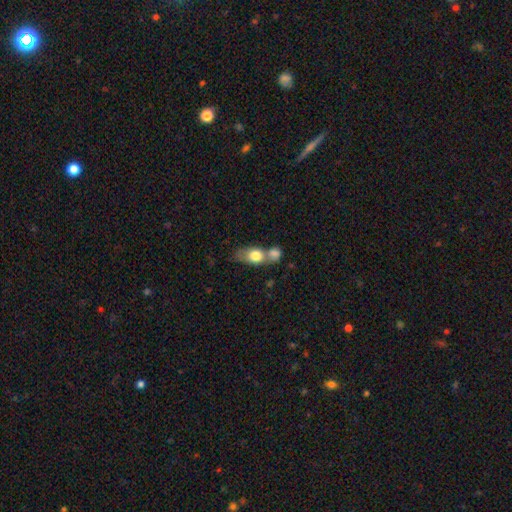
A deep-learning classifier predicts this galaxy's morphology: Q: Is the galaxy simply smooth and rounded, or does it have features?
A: smooth — 74%.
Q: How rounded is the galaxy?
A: in between — 68%.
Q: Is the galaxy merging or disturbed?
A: merger — 60%.